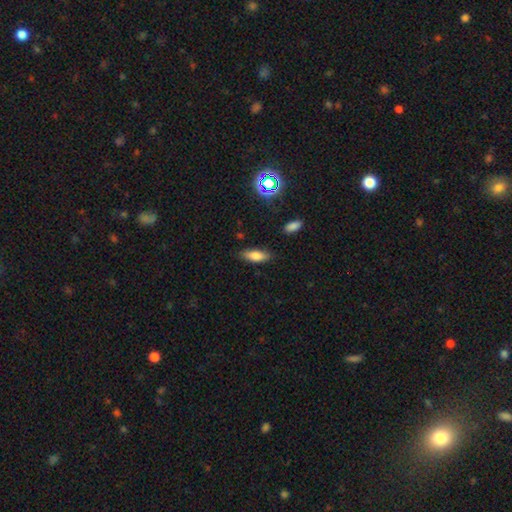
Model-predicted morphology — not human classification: Smooth or featured? smooth (77%)
How rounded? in between (70%)
Merging? none (82%)